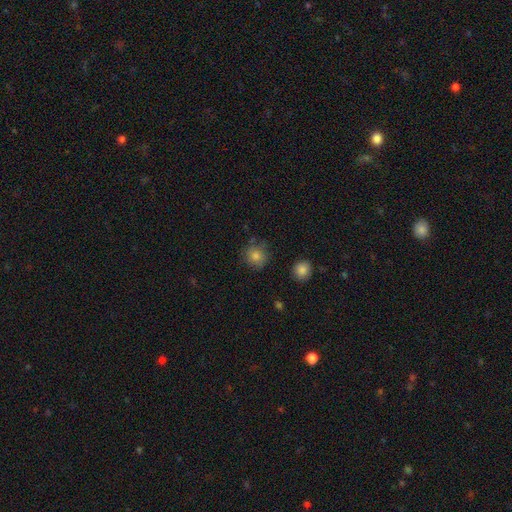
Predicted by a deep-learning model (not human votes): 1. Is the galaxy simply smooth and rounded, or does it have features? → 81% smooth, 12% star or artifact, 7% featured or disk.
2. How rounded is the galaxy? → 91% round, 8% in between, 1% cigar-shaped.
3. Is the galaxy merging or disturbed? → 81% none, 13% minor disturbance, 3% major disturbance, 2% merger.